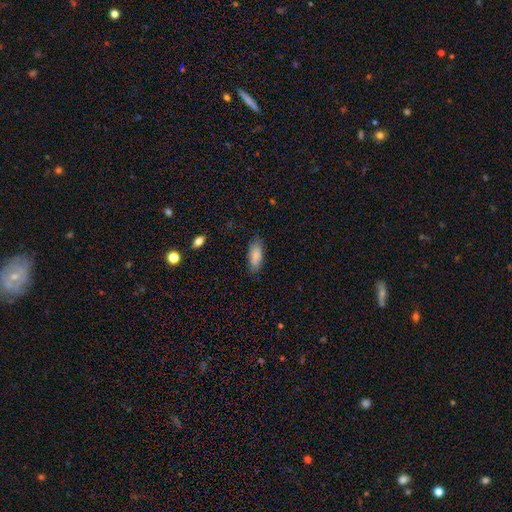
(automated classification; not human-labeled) Smooth or featured? Predicted: smooth (p=0.86). How rounded? Predicted: in between (p=0.79). Merging? Predicted: none (p=0.80).